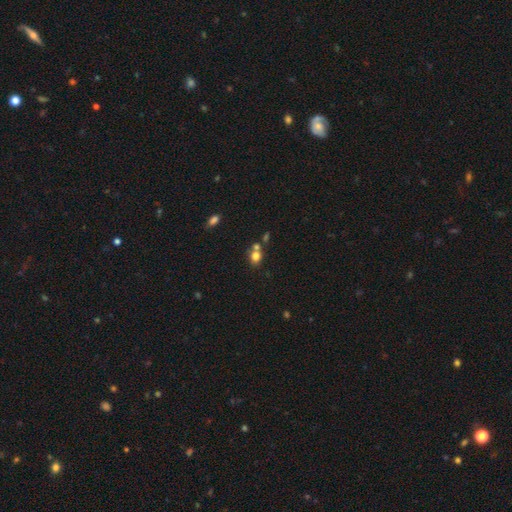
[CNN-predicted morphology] This appears to be a smooth galaxy with no disk features (77%) that is round (67%). Merging: none (51%).